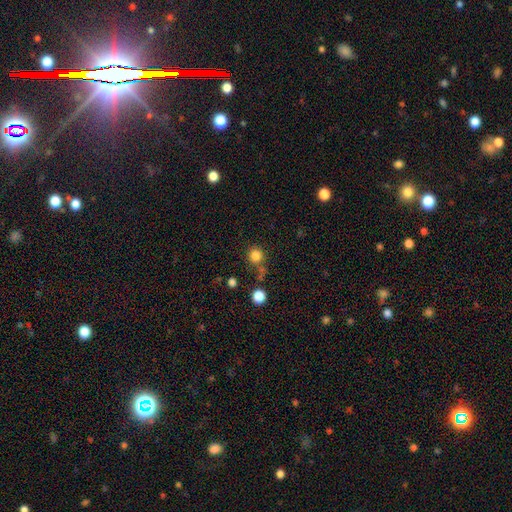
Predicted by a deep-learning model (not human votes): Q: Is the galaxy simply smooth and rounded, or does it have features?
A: smooth — 82%.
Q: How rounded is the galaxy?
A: round — 93%.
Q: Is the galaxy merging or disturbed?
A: none — 72%.